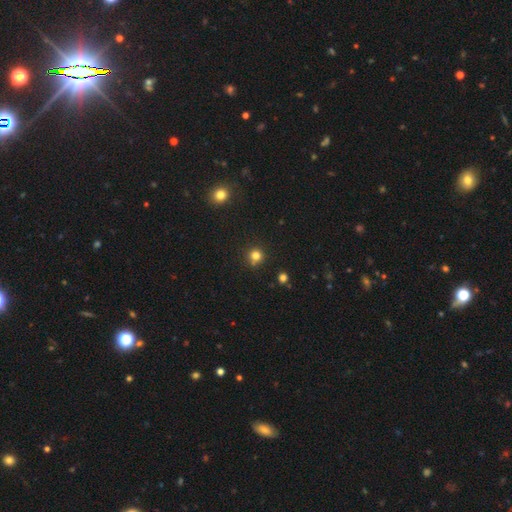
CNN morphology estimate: A smooth galaxy with no disk features (79%) that is round (92%). Merging: none (78%).